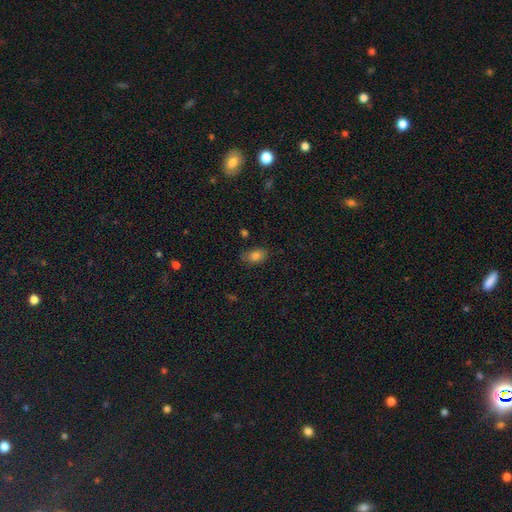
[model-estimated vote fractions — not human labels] This is clearly a smooth galaxy (81%). How rounded: clearly in between (85%). Merging: likely none (72%).